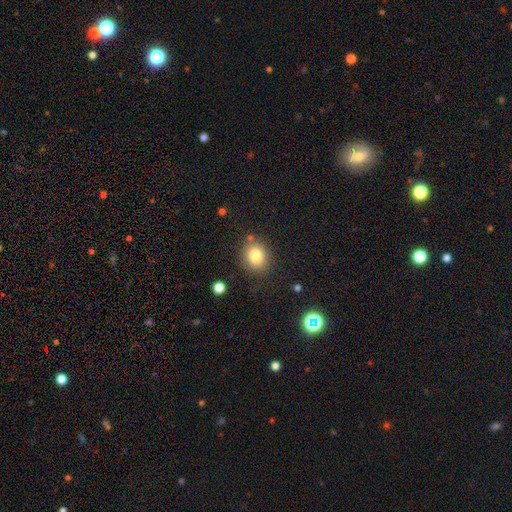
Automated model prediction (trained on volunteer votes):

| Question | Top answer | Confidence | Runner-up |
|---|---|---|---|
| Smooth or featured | smooth | 80% | star or artifact (11%) |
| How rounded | round | 75% | in between (24%) |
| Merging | none | 82% | minor disturbance (11%) |